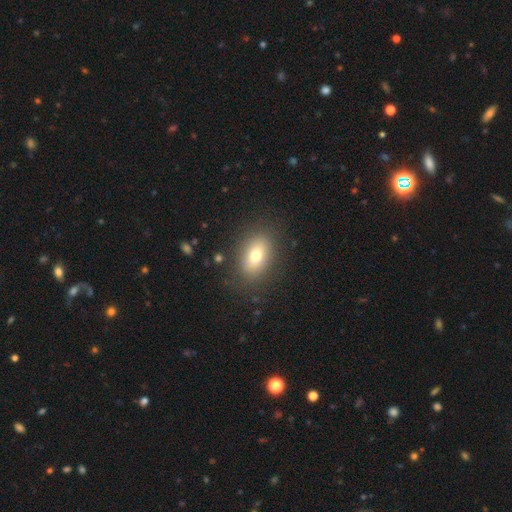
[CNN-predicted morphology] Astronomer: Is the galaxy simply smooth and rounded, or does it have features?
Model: smooth — 72%.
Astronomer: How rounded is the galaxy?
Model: in between — 81%.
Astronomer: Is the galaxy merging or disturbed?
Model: none — 84%.